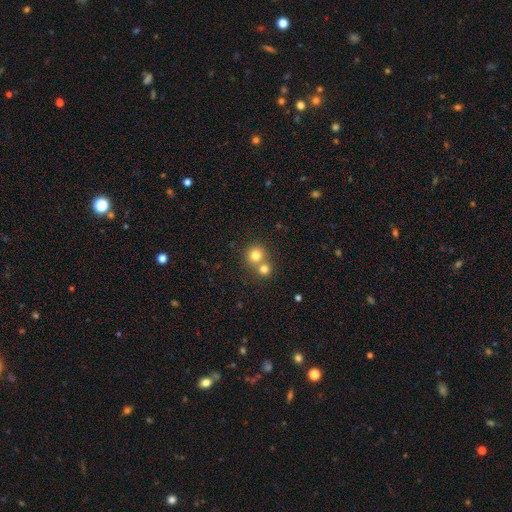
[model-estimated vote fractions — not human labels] The model was most divided on "merging": none: 50%, merger: 43%, minor disturbance: 5%, major disturbance: 2%. More confident: how rounded — round (90%); smooth or featured — smooth (78%).